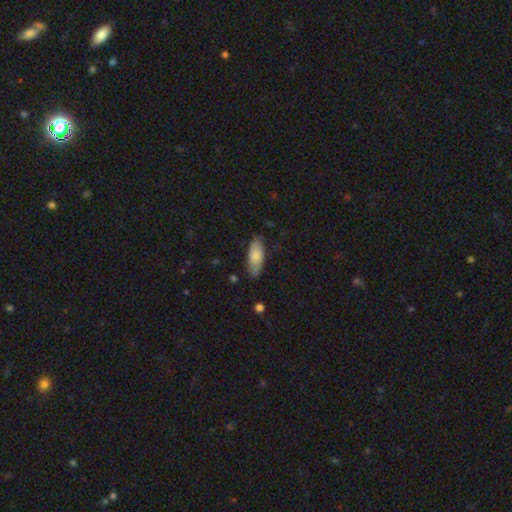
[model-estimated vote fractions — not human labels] smooth 79%, featured or disk 15%, star or artifact 6%. Down the decision tree: how rounded — in between (82%); merging — none (75%).